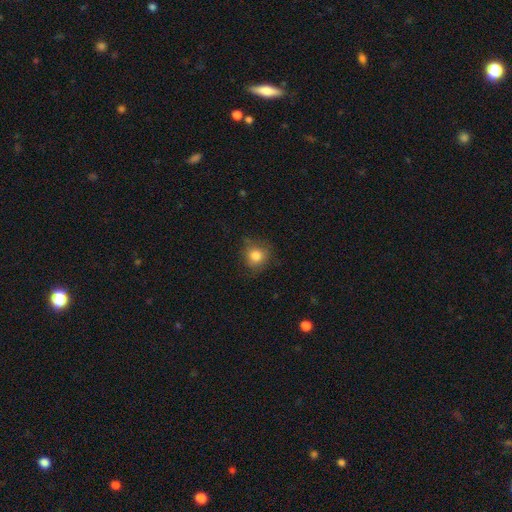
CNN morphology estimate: Smooth or featured: smooth — 82% (star or artifact — 11%)
How rounded: round — 86% (in between — 13%)
Merging: none — 75% (minor disturbance — 18%)